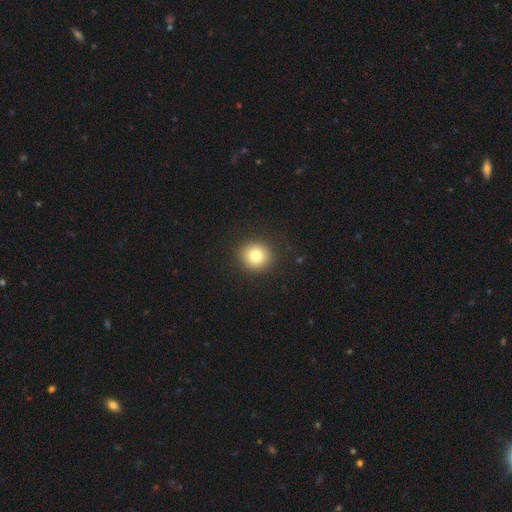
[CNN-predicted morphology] Smooth or featured? Predicted: smooth (p=0.80). How rounded? Predicted: round (p=0.90). Merging? Predicted: none (p=0.90).